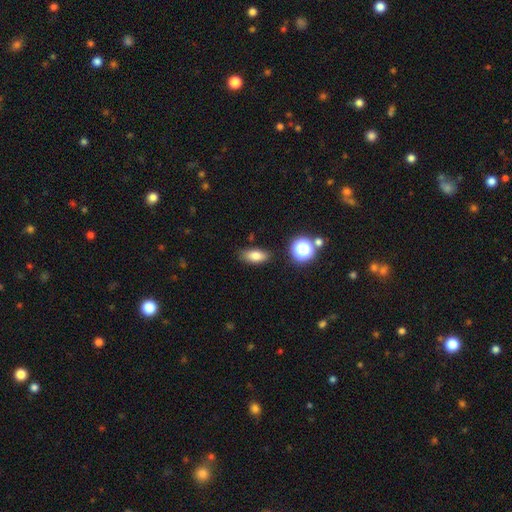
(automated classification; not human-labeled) Morphology: type=smooth (79%); roundness=in between (82%); merging=none (82%).